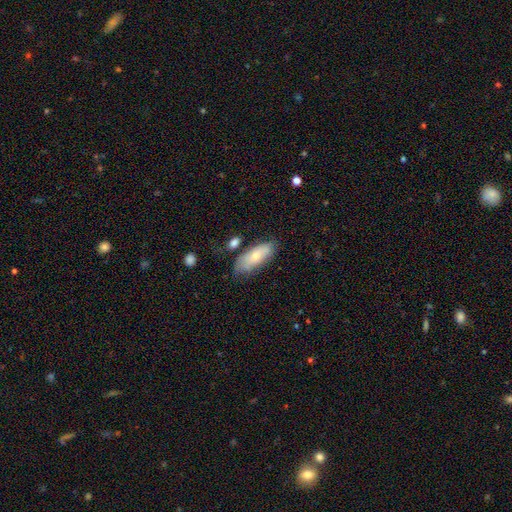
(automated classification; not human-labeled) Smooth or featured? smooth (71%)
How rounded? in between (81%)
Merging? none (61%)